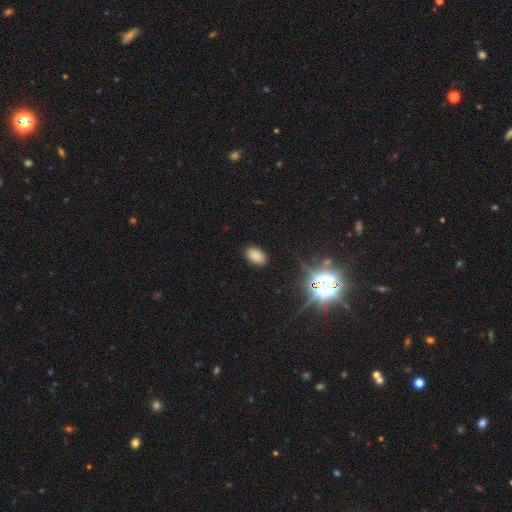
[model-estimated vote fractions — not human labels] The model was most divided on "smooth or featured": smooth: 80%, star or artifact: 16%, featured or disk: 4%. More confident: how rounded — in between (89%); merging — none (88%).